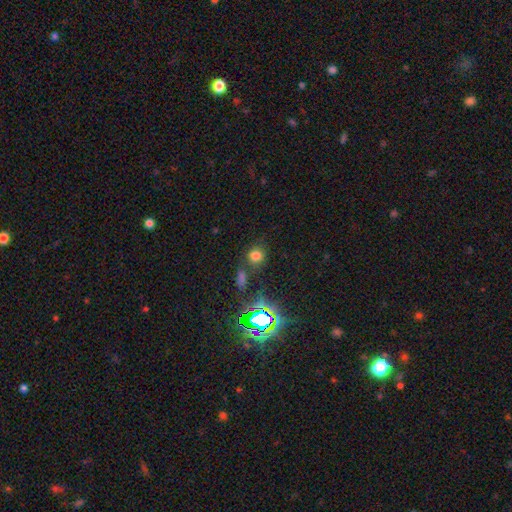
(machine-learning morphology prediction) Smooth or featured: smooth — 64% (star or artifact — 29%)
How rounded: round — 76% (in between — 23%)
Merging: none — 75% (minor disturbance — 12%)